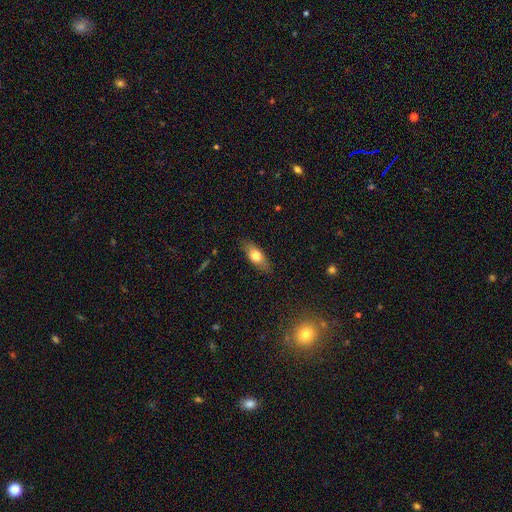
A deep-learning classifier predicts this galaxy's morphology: A smooth galaxy with no disk features (69%) that is in between round and cigar-shaped (72%). Merging: none (85%).